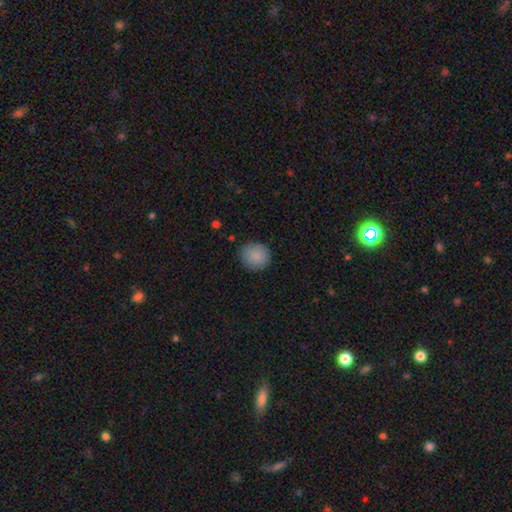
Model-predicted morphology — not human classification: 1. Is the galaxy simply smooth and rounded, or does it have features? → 88% smooth, 7% star or artifact, 5% featured or disk.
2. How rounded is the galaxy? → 88% round, 12% in between, 1% cigar-shaped.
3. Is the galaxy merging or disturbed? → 85% none, 11% minor disturbance, 3% major disturbance, 1% merger.